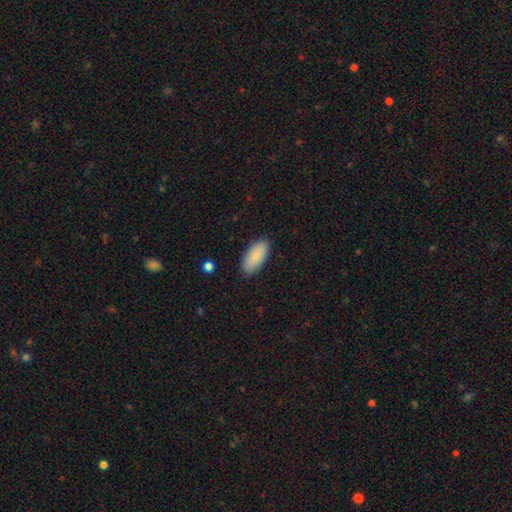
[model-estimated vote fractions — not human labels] Smooth or featured?
  - smooth: 86% *
  - featured or disk: 8%
  - star or artifact: 6%
How rounded?
  - in between: 91% *
  - cigar-shaped: 7%
  - round: 2%
Merging?
  - none: 88% *
  - minor disturbance: 9%
  - major disturbance: 2%
  - merger: 1%